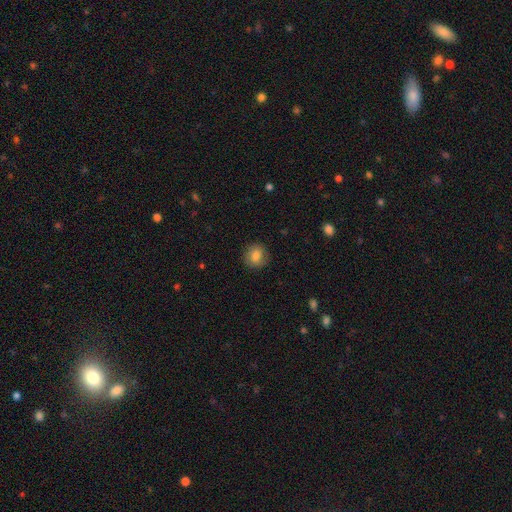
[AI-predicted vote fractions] smooth-or-featured: smooth: 80% | featured or disk: 11% | star or artifact: 9%
  how-rounded: round: 85% | in between: 14% | cigar-shaped: 1%
  merging: none: 86% | minor disturbance: 10% | major disturbance: 3% | merger: 1%